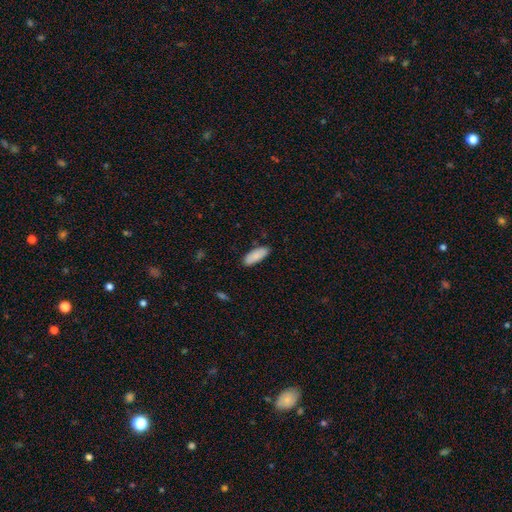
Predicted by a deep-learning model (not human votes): smooth-or-featured: smooth: 88% | featured or disk: 6% | star or artifact: 6%
  how-rounded: in between: 72% | cigar-shaped: 26% | round: 2%
  merging: none: 84% | minor disturbance: 13% | major disturbance: 2% | merger: 1%